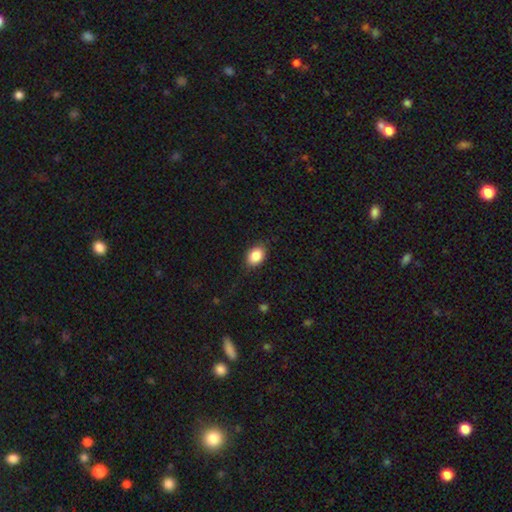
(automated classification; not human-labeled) Q: Smooth or featured?
A: smooth (85%); runner-up: star or artifact (8%)
Q: How rounded?
A: in between (76%); runner-up: round (23%)
Q: Merging?
A: none (82%); runner-up: minor disturbance (14%)